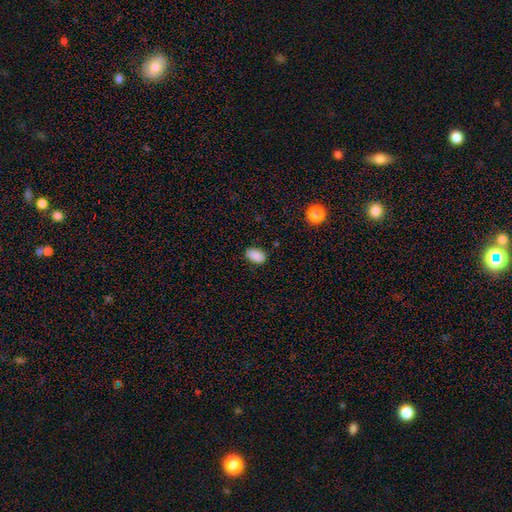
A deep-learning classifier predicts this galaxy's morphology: Q: Smooth or featured?
A: smooth (89%); runner-up: star or artifact (8%)
Q: How rounded?
A: in between (92%); runner-up: round (6%)
Q: Merging?
A: none (84%); runner-up: minor disturbance (12%)